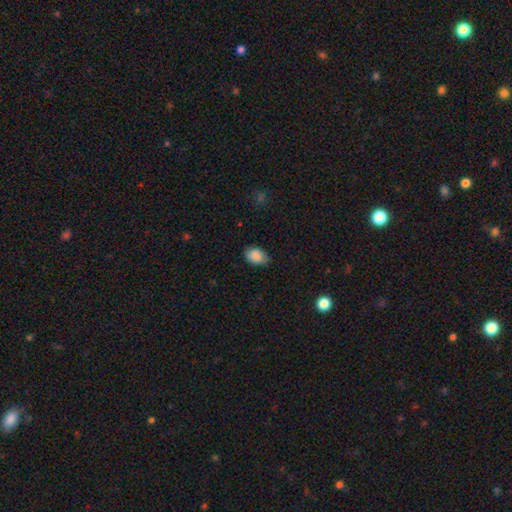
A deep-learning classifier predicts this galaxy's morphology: type=smooth (88%); roundness=in between (81%); merging=none (74%).